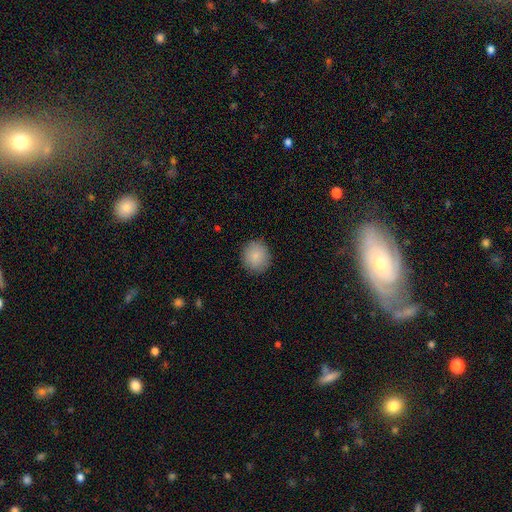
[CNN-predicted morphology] Smooth or featured: smooth — 86% (star or artifact — 8%)
How rounded: round — 88% (in between — 11%)
Merging: none — 89% (minor disturbance — 8%)